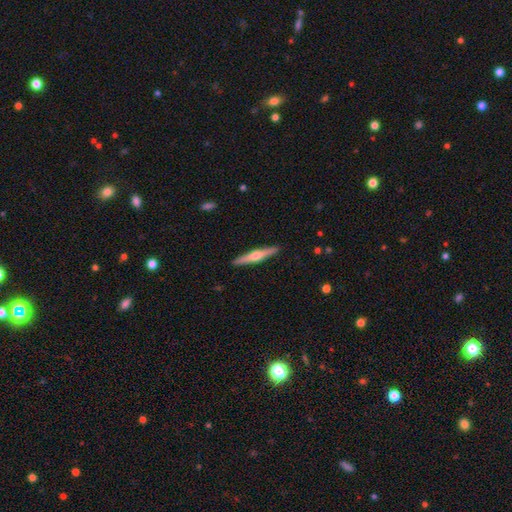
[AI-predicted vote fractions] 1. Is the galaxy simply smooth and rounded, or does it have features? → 64% featured or disk, 31% smooth, 5% star or artifact.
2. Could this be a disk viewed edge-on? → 98% yes, 2% no.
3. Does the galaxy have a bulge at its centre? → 90% rounded, 6% none, 4% boxy.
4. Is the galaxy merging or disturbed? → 92% none, 6% minor disturbance, 1% major disturbance, 1% merger.